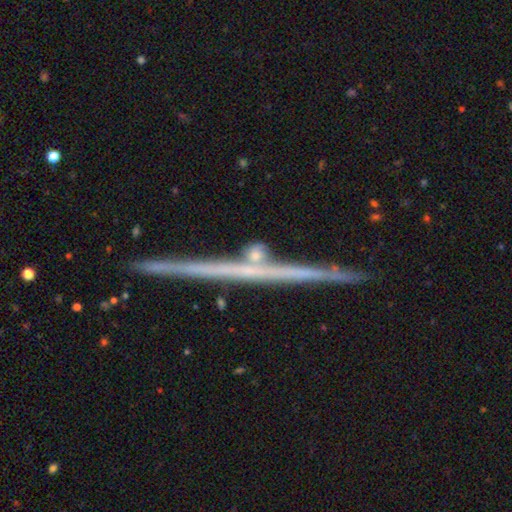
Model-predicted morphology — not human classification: A smooth galaxy with no disk features (42%).

Vote fractions:
- Smooth or featured? smooth: 42% / featured or disk: 33% / star or artifact: 25%
- Merging? none: 66% / merger: 17% / minor disturbance: 12% / major disturbance: 5%